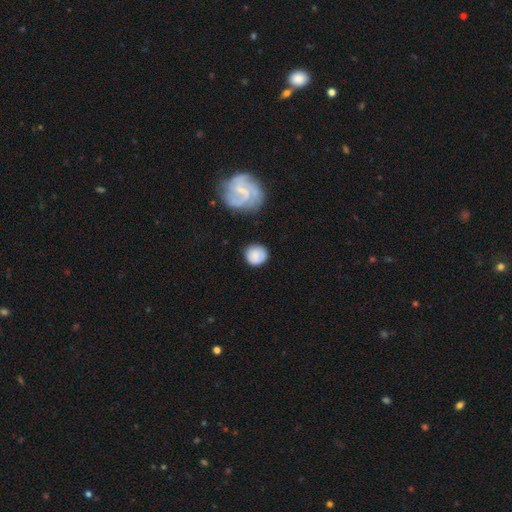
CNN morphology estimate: smooth 72%, featured or disk 20%, star or artifact 8%. Down the decision tree: how rounded — round (89%); merging — none (79%).